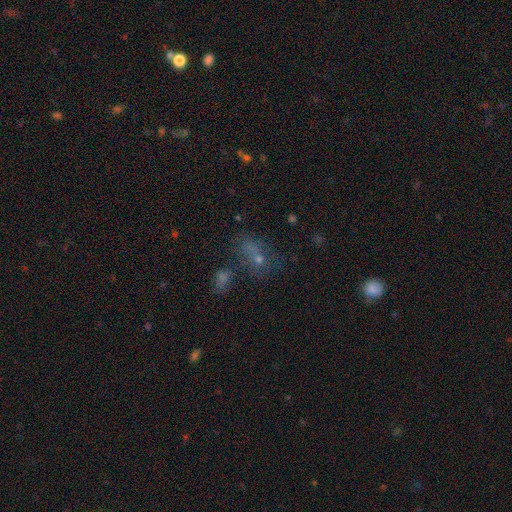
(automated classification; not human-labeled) A smooth galaxy with no disk features (46%). Merging: none (44%).